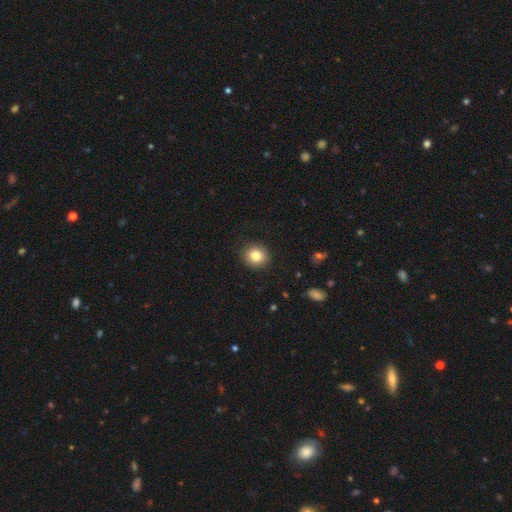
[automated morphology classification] This is clearly a smooth galaxy (83%). How rounded: clearly round (85%). Merging: clearly none (91%).